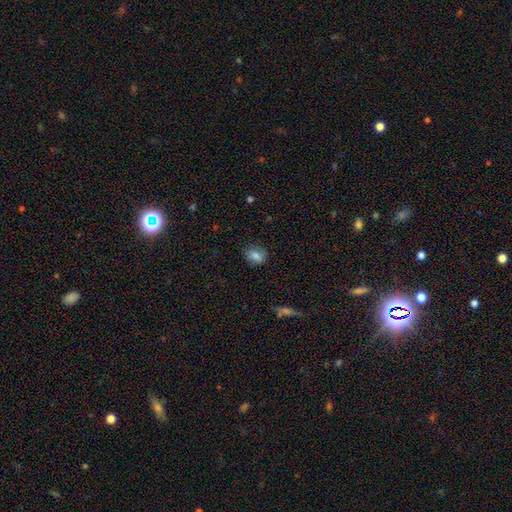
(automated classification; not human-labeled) This is clearly a smooth galaxy (80%). How rounded: possibly in between (56%). Merging: likely none (76%).